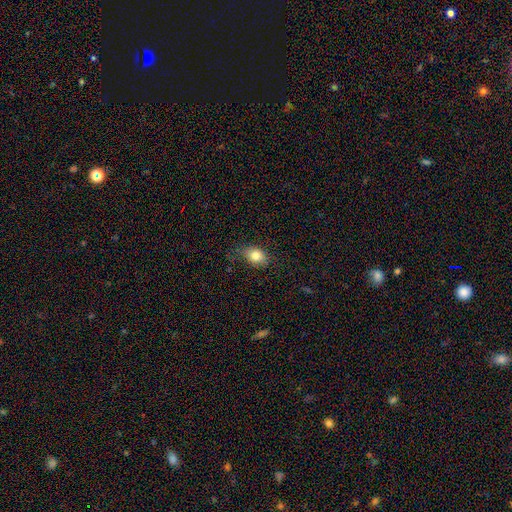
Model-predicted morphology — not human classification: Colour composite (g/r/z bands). It shows a smooth galaxy with no disk features (82%) that is in between round and cigar-shaped (70%). Merging: none (68%).